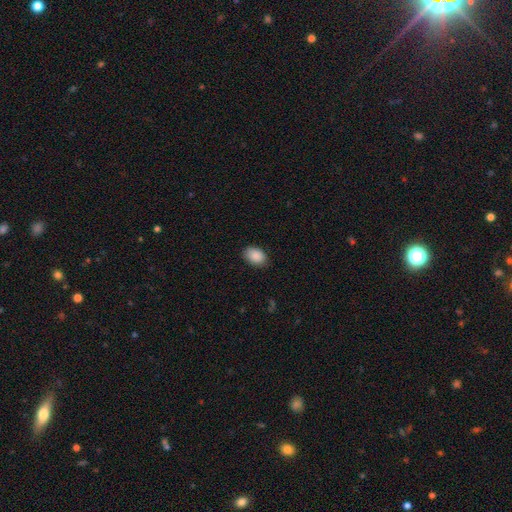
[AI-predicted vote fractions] Smooth or featured?
  - smooth: 89% *
  - star or artifact: 7%
  - featured or disk: 3%
How rounded?
  - in between: 83% *
  - round: 16%
  - cigar-shaped: 1%
Merging?
  - none: 84% *
  - minor disturbance: 13%
  - major disturbance: 3%
  - merger: 1%